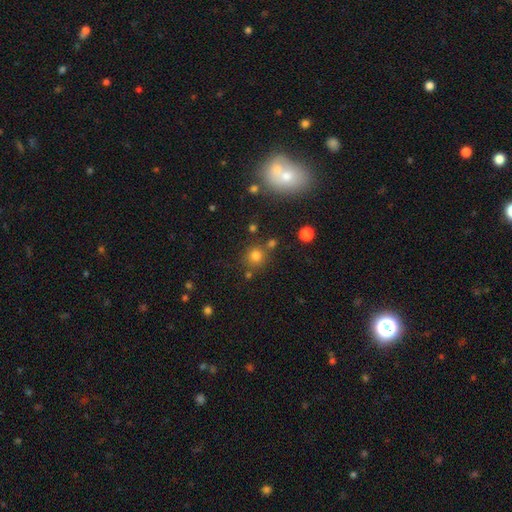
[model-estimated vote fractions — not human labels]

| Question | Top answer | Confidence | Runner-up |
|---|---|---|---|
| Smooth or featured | smooth | 76% | star or artifact (16%) |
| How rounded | round | 91% | in between (8%) |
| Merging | none | 75% | merger (11%) |